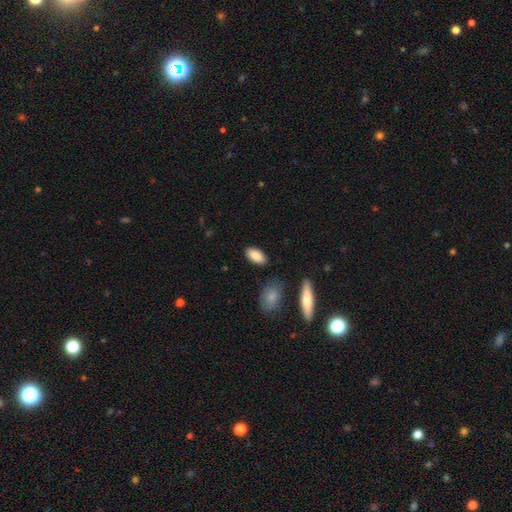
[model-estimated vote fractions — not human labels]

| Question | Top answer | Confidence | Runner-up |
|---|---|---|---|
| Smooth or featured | smooth | 88% | star or artifact (6%) |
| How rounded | in between | 93% | cigar-shaped (5%) |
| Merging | none | 86% | minor disturbance (10%) |